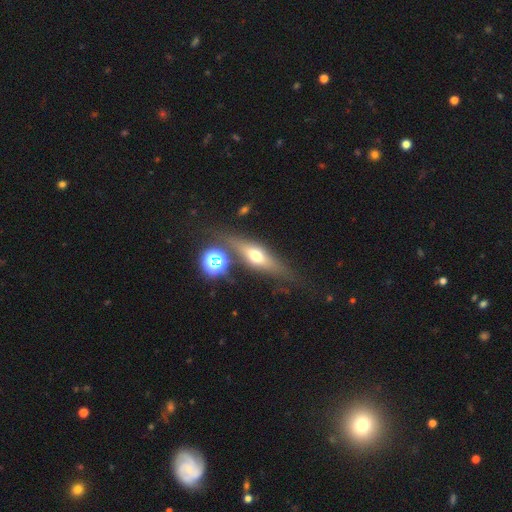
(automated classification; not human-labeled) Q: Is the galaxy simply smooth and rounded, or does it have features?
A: featured or disk — 51%.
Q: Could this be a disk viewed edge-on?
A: yes — 82%.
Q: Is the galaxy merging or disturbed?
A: none — 71%.